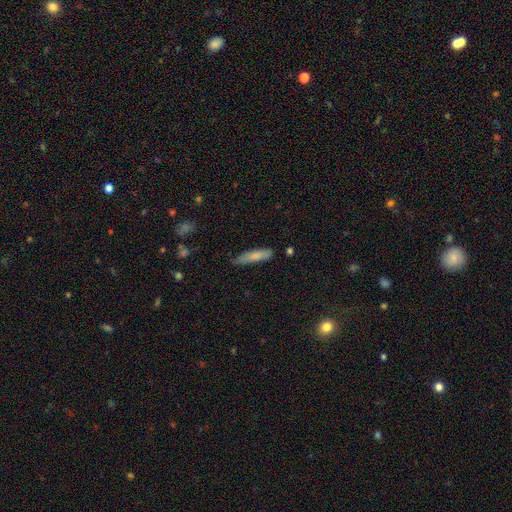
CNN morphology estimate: Q: Smooth or featured?
A: smooth (77%); runner-up: featured or disk (17%)
Q: How rounded?
A: cigar-shaped (79%); runner-up: in between (19%)
Q: Merging?
A: none (70%); runner-up: minor disturbance (23%)